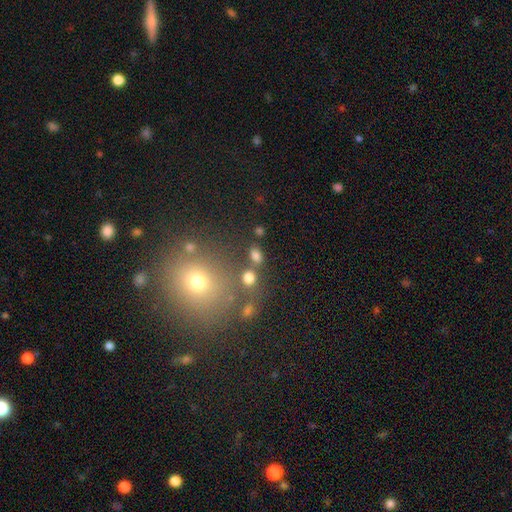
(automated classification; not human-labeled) smooth-or-featured: smooth: 77% | star or artifact: 15% | featured or disk: 8%
  how-rounded: in between: 71% | round: 26% | cigar-shaped: 3%
  merging: none: 67% | merger: 15% | minor disturbance: 11% | major disturbance: 6%